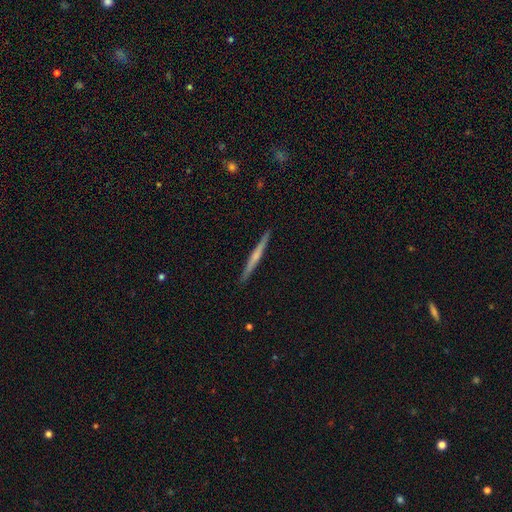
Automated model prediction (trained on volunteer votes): This appears to be a featured or disk galaxy (60%) viewed edge-on (98%) with a rounded central bulge (46%, tied with none). Merging: none (92%).